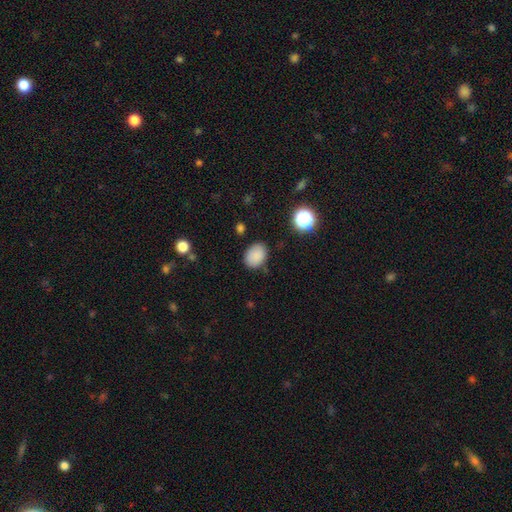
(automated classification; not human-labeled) smooth_or_featured: smooth (p=0.86) [alt: star or artifact p=0.10]
how_rounded: in between (p=0.70) [alt: round p=0.29]
merging: none (p=0.82) [alt: minor disturbance p=0.13]